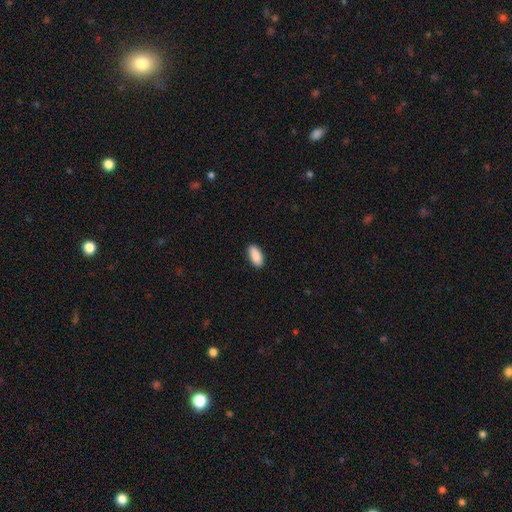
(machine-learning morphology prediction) smooth 89%, star or artifact 6%, featured or disk 5%. Down the decision tree: how rounded — in between (91%); merging — none (88%).